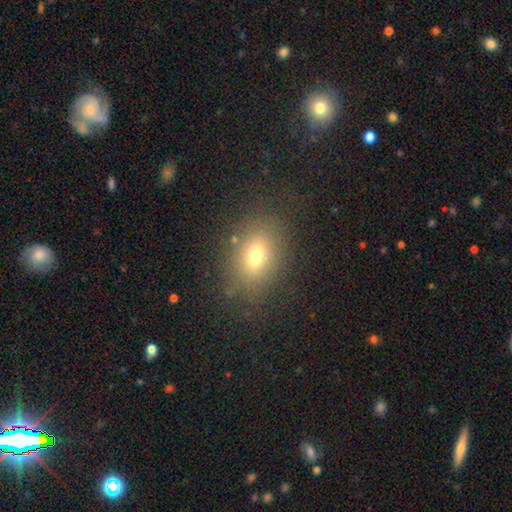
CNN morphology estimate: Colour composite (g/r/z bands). It shows a smooth galaxy with no disk features (72%) that is in between round and cigar-shaped (77%). Merging: none (79%).